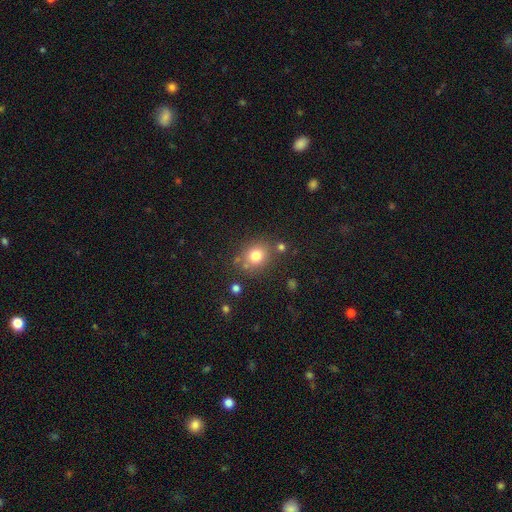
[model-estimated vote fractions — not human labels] A smooth galaxy with no disk features (77%) that is round (75%).

Vote fractions:
- Smooth or featured? smooth: 77% / star or artifact: 14% / featured or disk: 10%
- How rounded? round: 75% / in between: 24% / cigar-shaped: 1%
- Merging? none: 75% / minor disturbance: 12% / merger: 9% / major disturbance: 4%